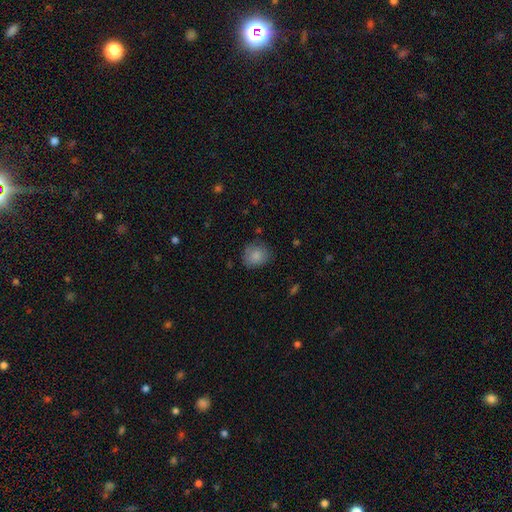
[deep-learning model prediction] This appears to be a smooth galaxy with no disk features (84%) that is round (73%). Merging: none (77%).